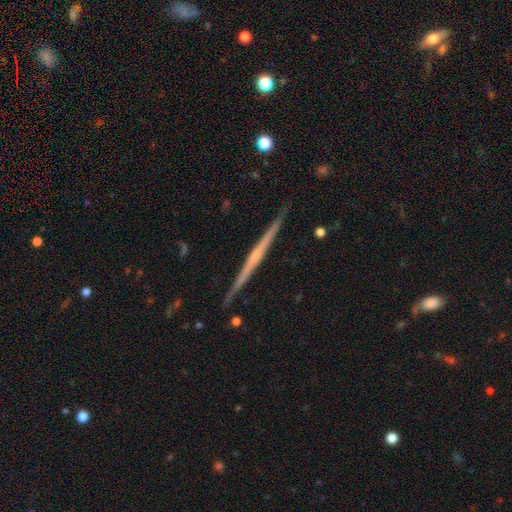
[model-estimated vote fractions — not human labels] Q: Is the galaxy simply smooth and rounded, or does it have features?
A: featured or disk — 76%.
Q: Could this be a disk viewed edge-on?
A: yes — 99%.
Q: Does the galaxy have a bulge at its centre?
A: none — 56%.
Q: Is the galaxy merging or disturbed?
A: none — 92%.